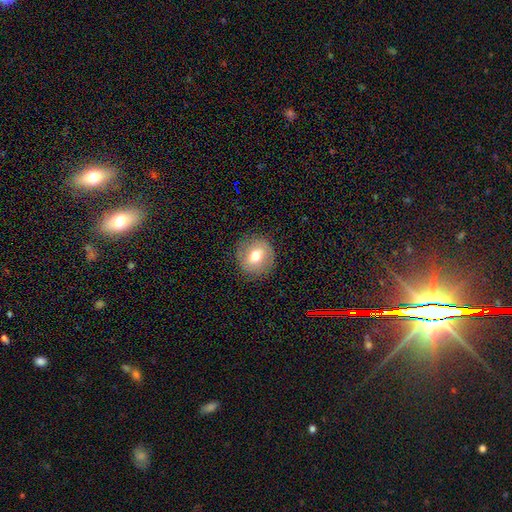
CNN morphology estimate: Overall: smooth (61%; featured or disk 31%). How rounded: round (85%). Merging: none (86%).